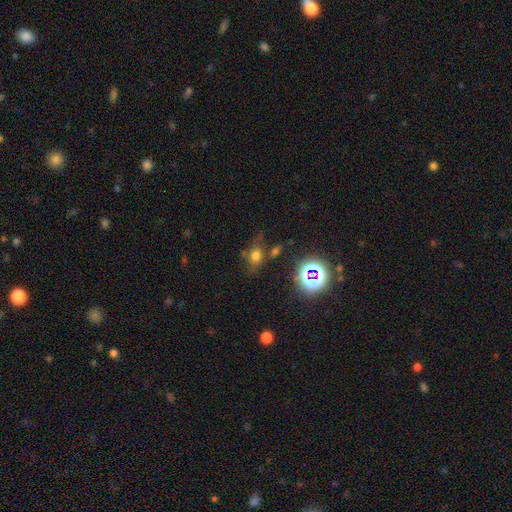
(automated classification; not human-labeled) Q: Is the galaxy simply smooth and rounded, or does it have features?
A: smooth — 62%.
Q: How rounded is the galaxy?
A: in between — 55%.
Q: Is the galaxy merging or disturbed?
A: none — 59%.